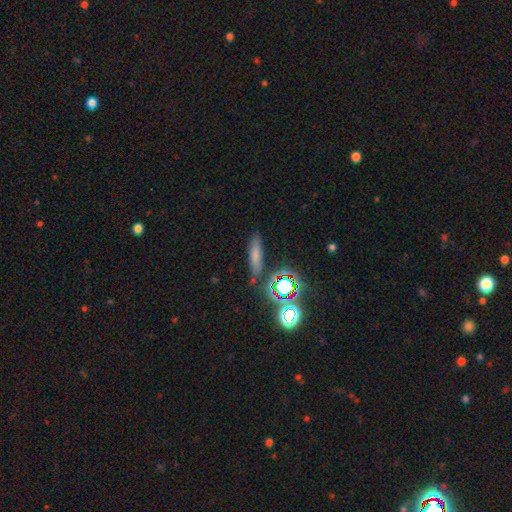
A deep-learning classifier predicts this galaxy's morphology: Overall: smooth (64%). How rounded: cigar-shaped (67%). Merging: none (80%).